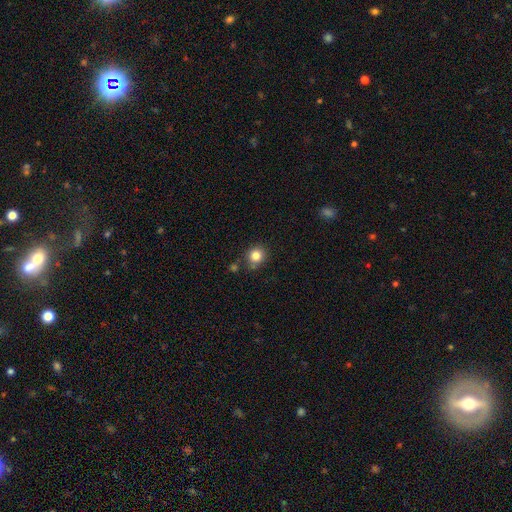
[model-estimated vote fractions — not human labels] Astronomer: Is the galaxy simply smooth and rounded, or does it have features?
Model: smooth — 83%.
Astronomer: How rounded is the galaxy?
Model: round — 86%.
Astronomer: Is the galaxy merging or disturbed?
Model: none — 79%.